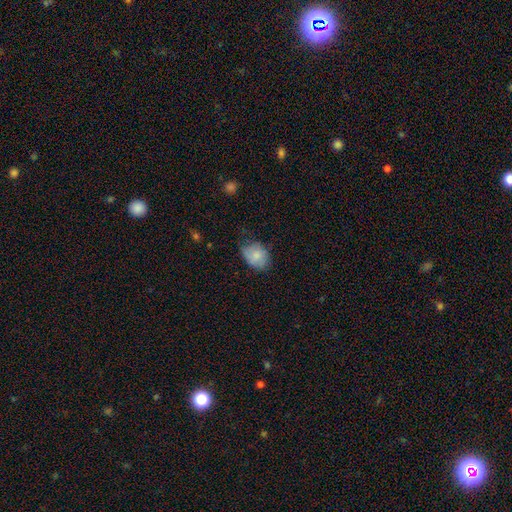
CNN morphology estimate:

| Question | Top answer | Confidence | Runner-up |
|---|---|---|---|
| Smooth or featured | smooth | 77% | featured or disk (15%) |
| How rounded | in between | 65% | round (34%) |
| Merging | none | 54% | minor disturbance (35%) |